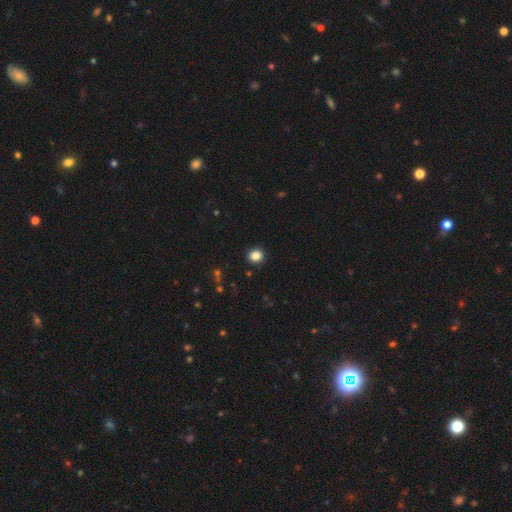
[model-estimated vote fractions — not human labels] Q: Smooth or featured?
A: smooth (85%); runner-up: star or artifact (11%)
Q: How rounded?
A: round (87%); runner-up: in between (12%)
Q: Merging?
A: none (92%); runner-up: minor disturbance (6%)